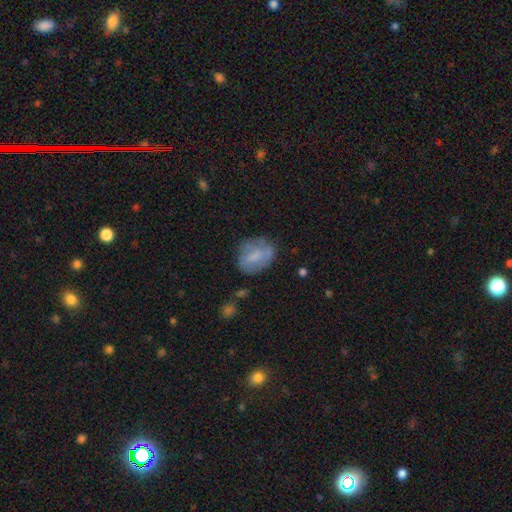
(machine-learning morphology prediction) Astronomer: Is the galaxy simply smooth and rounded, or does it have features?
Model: smooth — 59%.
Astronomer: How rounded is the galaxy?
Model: in between — 64%.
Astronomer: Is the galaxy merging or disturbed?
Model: none — 60%.